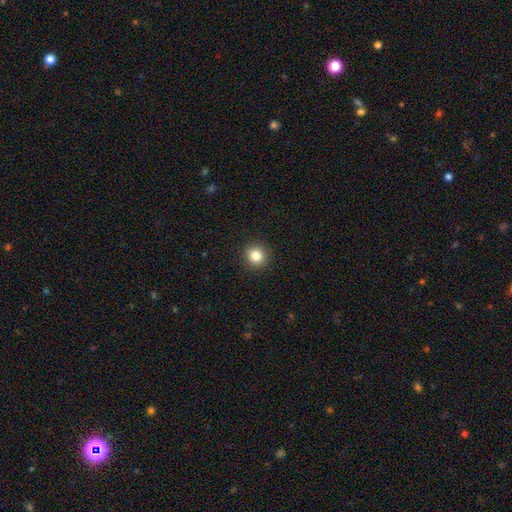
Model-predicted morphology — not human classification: Smooth or featured? smooth (83%)
How rounded? round (93%)
Merging? none (93%)